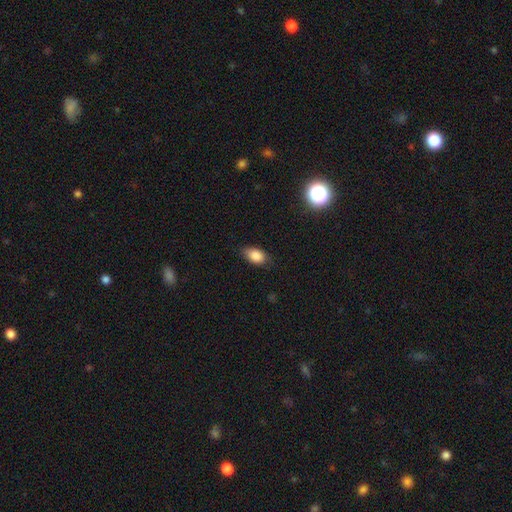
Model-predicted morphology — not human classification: type=smooth (86%); roundness=in between (89%); merging=none (76%).